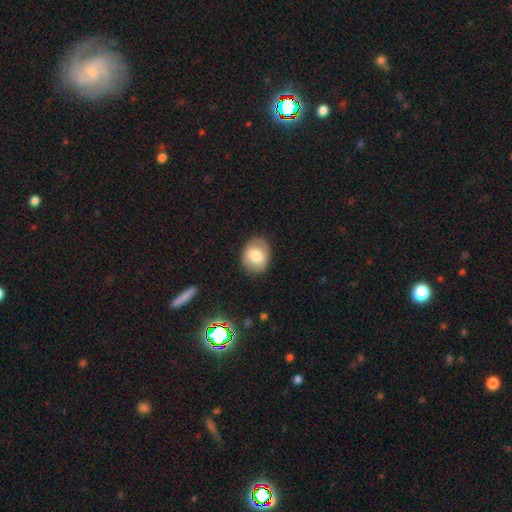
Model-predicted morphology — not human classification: type=smooth (75%); roundness=in between (53%); merging=none (84%).